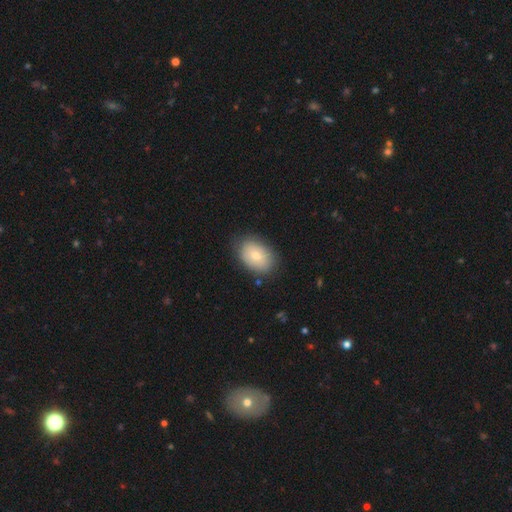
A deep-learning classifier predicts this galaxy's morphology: Q: Smooth or featured?
A: smooth (75%); runner-up: featured or disk (18%)
Q: How rounded?
A: in between (83%); runner-up: round (16%)
Q: Merging?
A: none (78%); runner-up: minor disturbance (16%)